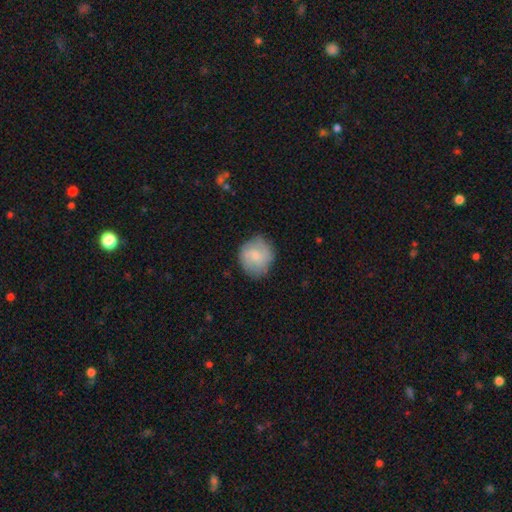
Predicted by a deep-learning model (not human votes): This is likely a smooth galaxy (62%). How rounded: clearly round (84%). Merging: likely none (74%).